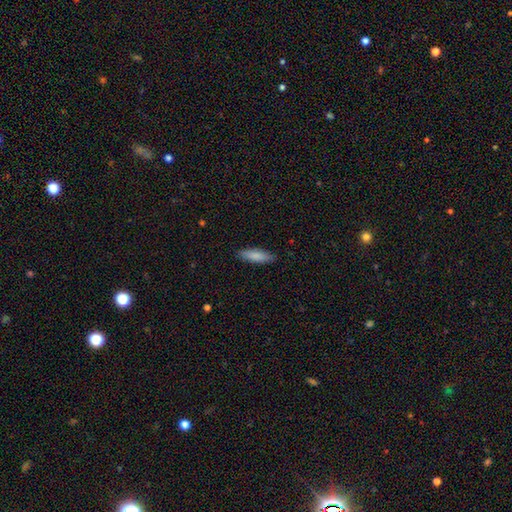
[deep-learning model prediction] Q: Smooth or featured?
A: smooth (85%); runner-up: featured or disk (10%)
Q: How rounded?
A: cigar-shaped (55%); runner-up: in between (44%)
Q: Merging?
A: none (88%); runner-up: minor disturbance (9%)